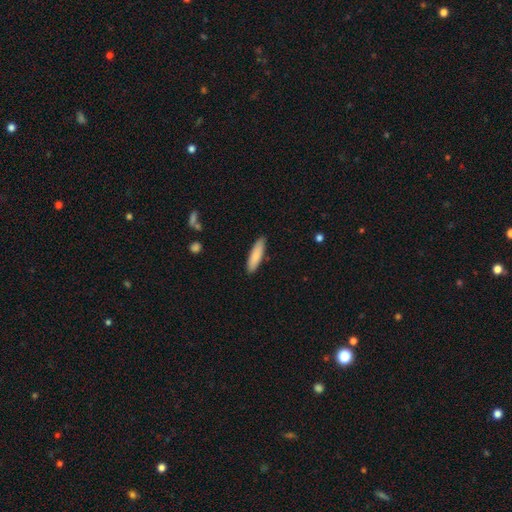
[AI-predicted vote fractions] A smooth galaxy with no disk features (84%) that is cigar-shaped (71%). Merging: none (88%).